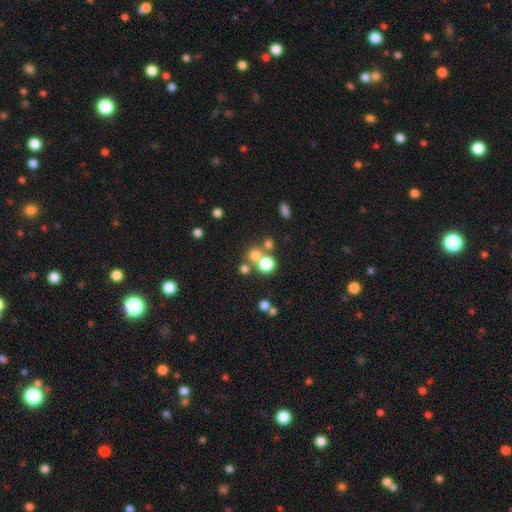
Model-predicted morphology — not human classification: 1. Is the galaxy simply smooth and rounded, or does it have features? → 68% smooth, 20% star or artifact, 12% featured or disk.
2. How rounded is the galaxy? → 88% round, 11% in between, 1% cigar-shaped.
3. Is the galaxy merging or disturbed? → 55% none, 33% merger, 7% minor disturbance, 4% major disturbance.